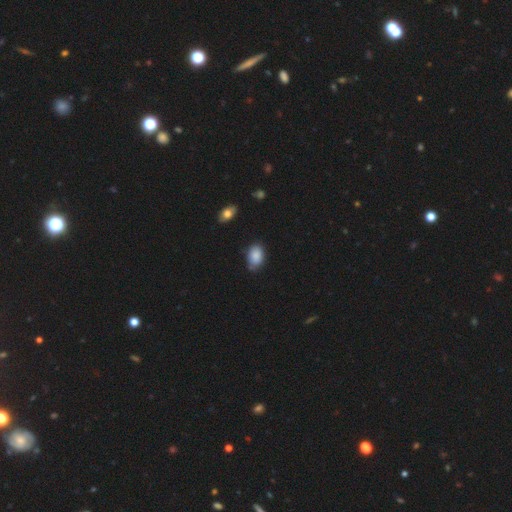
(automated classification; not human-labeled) This is clearly a smooth galaxy (86%). How rounded: clearly in between (88%). Merging: likely none (67%).